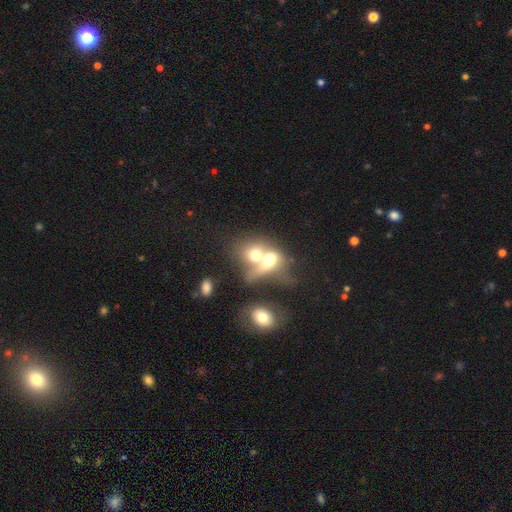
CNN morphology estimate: This appears to be a smooth galaxy with no disk features (61%) that is in between round and cigar-shaped (53%). Merging: merger (75%).